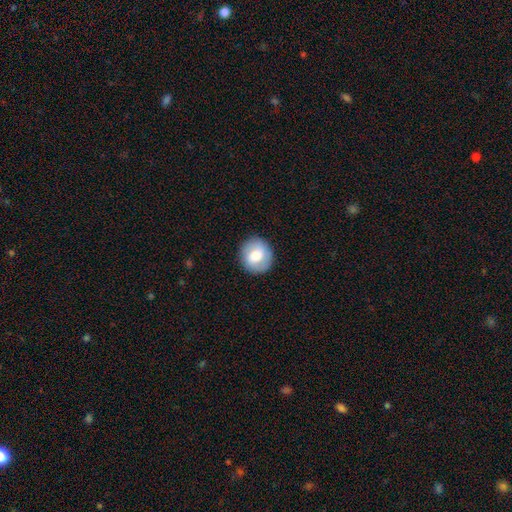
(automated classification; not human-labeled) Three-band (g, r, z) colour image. It shows a smooth galaxy with no disk features (65%) that is round (87%). Merging: none (89%).